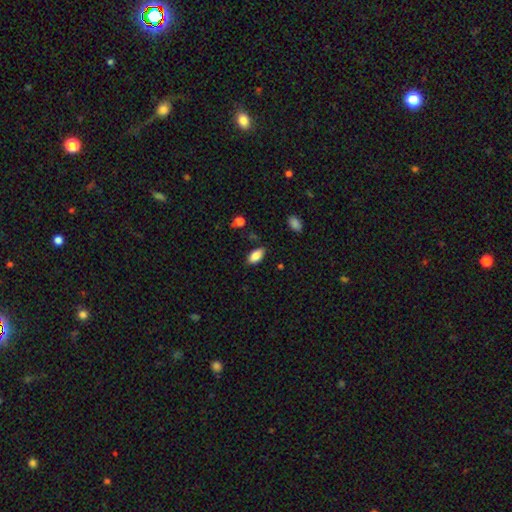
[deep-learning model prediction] Morphology: type=smooth (85%); roundness=in between (92%); merging=none (83%).